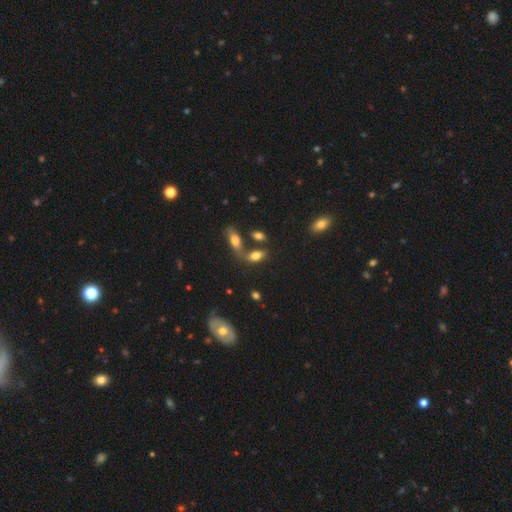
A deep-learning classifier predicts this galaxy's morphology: smooth_or_featured: smooth (p=0.74) [alt: featured or disk p=0.15]
how_rounded: in between (p=0.86) [alt: cigar-shaped p=0.08]
merging: none (p=0.45) [alt: merger p=0.35]